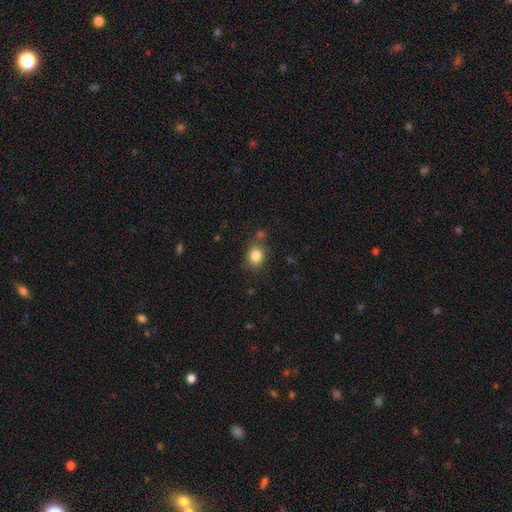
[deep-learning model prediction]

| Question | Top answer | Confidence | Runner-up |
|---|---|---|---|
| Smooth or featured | smooth | 84% | star or artifact (10%) |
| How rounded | round | 57% | in between (42%) |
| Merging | none | 73% | minor disturbance (13%) |